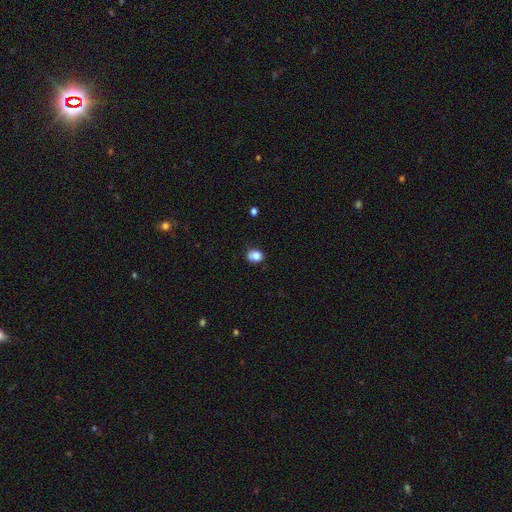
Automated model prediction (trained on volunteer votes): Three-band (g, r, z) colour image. It shows a smooth galaxy with no disk features (81%) that is round (51%). Merging: none (58%).